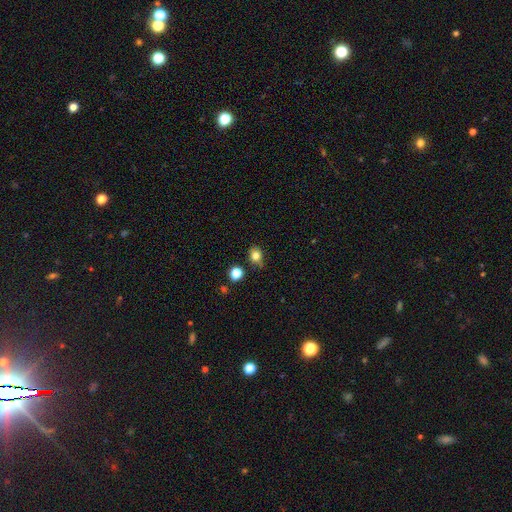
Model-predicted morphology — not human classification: Smooth or featured? Predicted: smooth (p=0.79). How rounded? Predicted: in between (p=0.49, tied with round). Merging? Predicted: none (p=0.71).